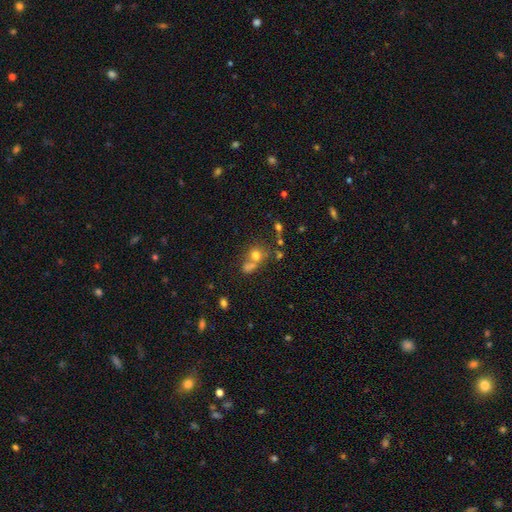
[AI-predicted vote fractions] The model was most divided on "merging": merger: 44%, none: 40%, minor disturbance: 9%, major disturbance: 6%. More confident: how rounded — round (74%); smooth or featured — smooth (68%).